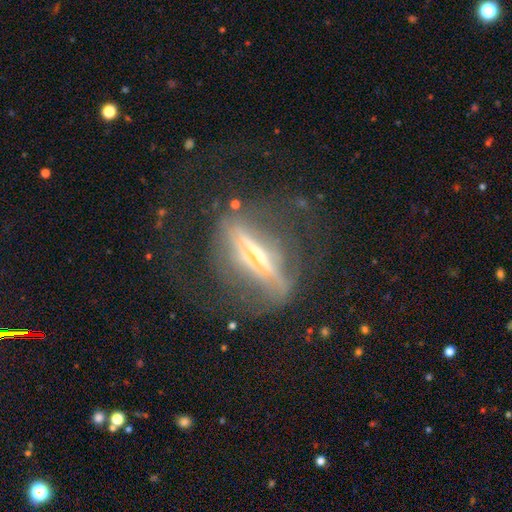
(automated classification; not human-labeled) Overall: featured or disk (77%). Edge-on disk: yes (73%). Edge-on bulge: rounded (73%). Merging: none (56%; major disturbance 23%).